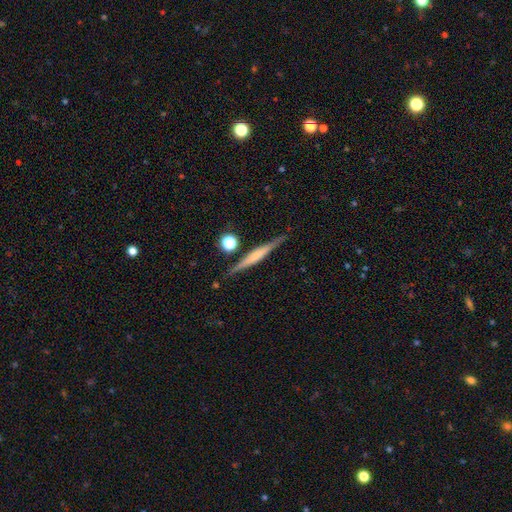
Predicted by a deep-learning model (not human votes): A featured or disk galaxy (64%) viewed edge-on (97%) with a rounded central bulge (46%).

Vote fractions:
- Smooth or featured? featured or disk: 64% / smooth: 29% / star or artifact: 7%
- Edge-on disk? yes: 97% / no: 3%
- Edge-on bulge? rounded: 46% / none: 29% / boxy: 25%
- Merging? none: 85% / minor disturbance: 9% / merger: 4% / major disturbance: 2%